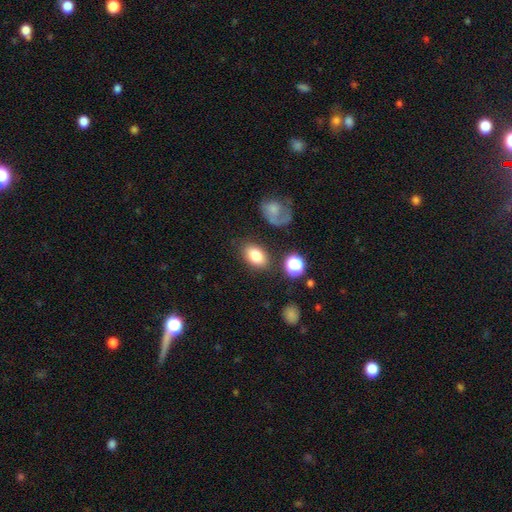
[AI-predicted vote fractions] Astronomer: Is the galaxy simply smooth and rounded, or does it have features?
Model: smooth — 80%.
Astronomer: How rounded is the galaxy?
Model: in between — 84%.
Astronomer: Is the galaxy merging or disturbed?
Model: none — 77%.